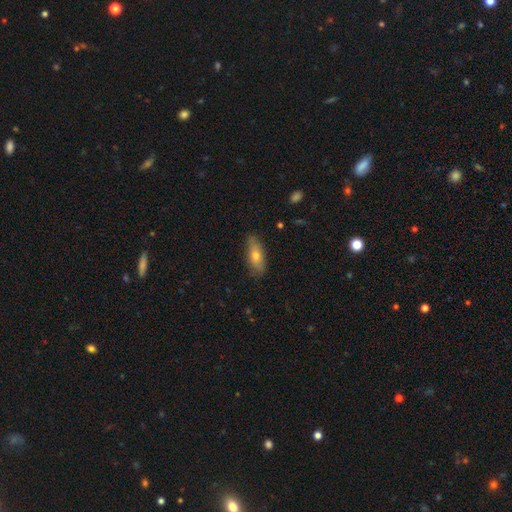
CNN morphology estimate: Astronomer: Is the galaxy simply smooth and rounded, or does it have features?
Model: smooth — 62%.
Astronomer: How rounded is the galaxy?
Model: in between — 66%.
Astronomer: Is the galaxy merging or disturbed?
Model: none — 81%.